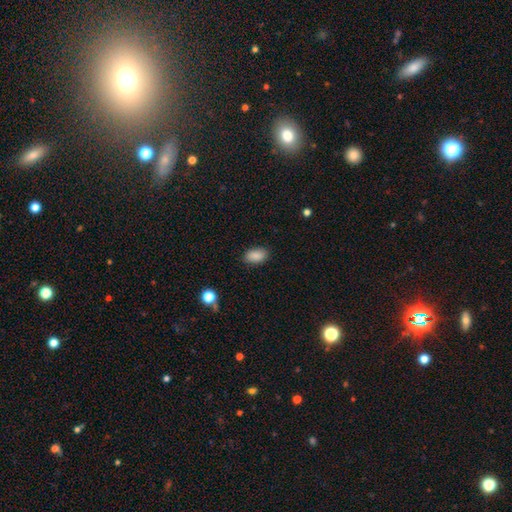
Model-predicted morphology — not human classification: The model was most divided on "merging": none: 86%, minor disturbance: 10%, major disturbance: 3%, merger: 1%. More confident: how rounded — in between (91%); smooth or featured — smooth (88%).